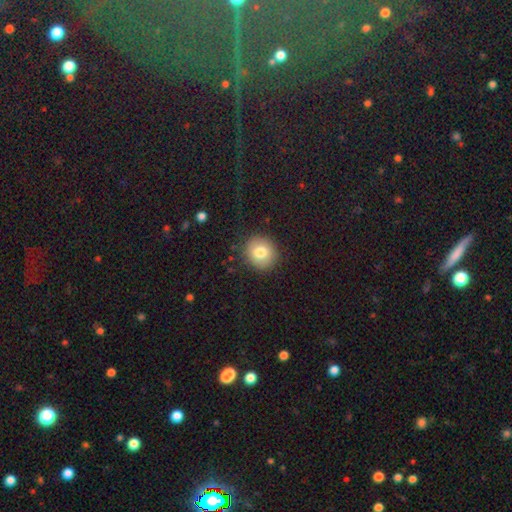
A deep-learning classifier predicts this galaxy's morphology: Overall: smooth (78%). How rounded: round (90%). Merging: none (91%).